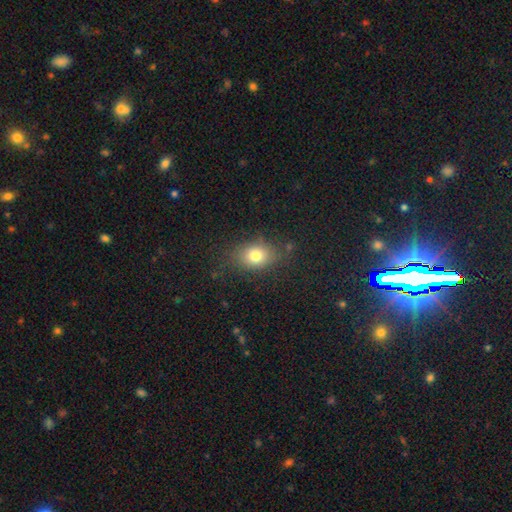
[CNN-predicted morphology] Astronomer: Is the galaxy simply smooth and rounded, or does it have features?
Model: smooth — 77%.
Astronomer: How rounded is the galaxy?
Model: in between — 62%.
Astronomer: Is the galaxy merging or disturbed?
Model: none — 79%.